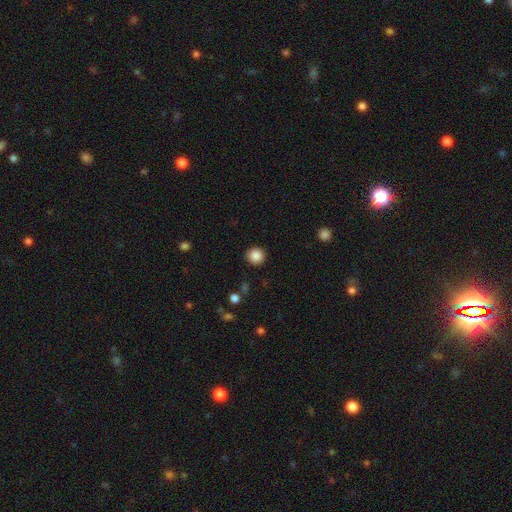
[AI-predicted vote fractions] smooth_or_featured: smooth (p=0.86) [alt: star or artifact p=0.09]
how_rounded: round (p=0.93) [alt: in between p=0.06]
merging: none (p=0.91) [alt: minor disturbance p=0.06]